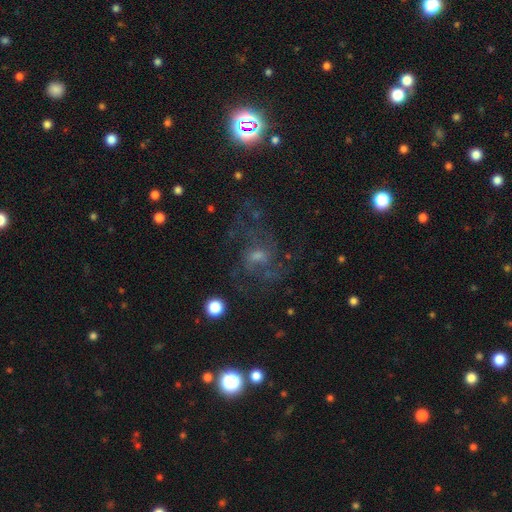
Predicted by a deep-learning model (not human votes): Smooth or featured? Predicted: featured or disk (p=0.63). Edge-on disk? Predicted: no (p=0.97). Bar? Predicted: no (p=0.55). Spiral arms? Predicted: yes (p=0.81). Bulge size? Predicted: small (p=0.46). Merging? Predicted: none (p=0.57).